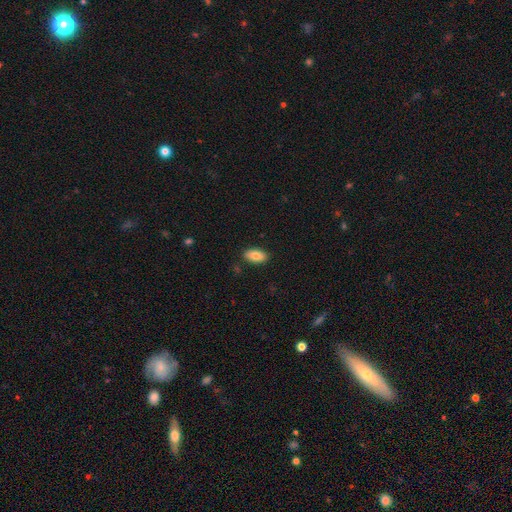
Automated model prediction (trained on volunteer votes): Morphology: type=smooth (83%); roundness=in between (92%); merging=none (88%).